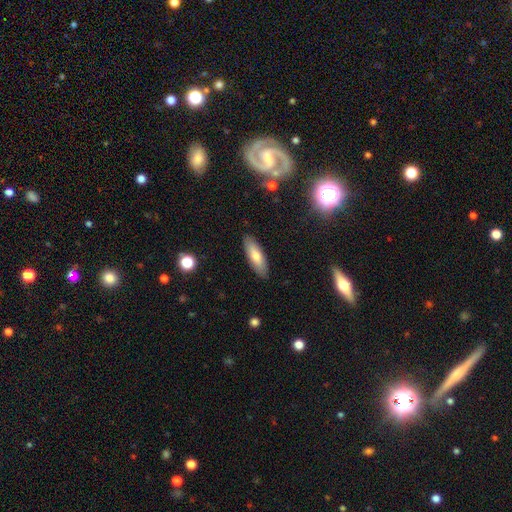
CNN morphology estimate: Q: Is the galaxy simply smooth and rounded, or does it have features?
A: smooth — 71%.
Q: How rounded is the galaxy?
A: in between — 59%.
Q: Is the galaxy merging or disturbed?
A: none — 88%.